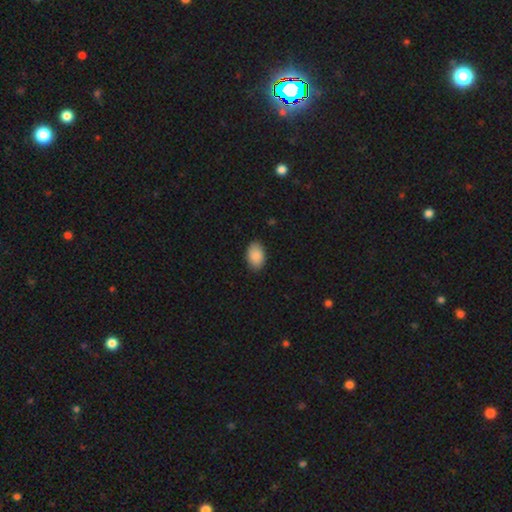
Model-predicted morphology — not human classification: type=smooth (90%); roundness=in between (90%); merging=none (86%).